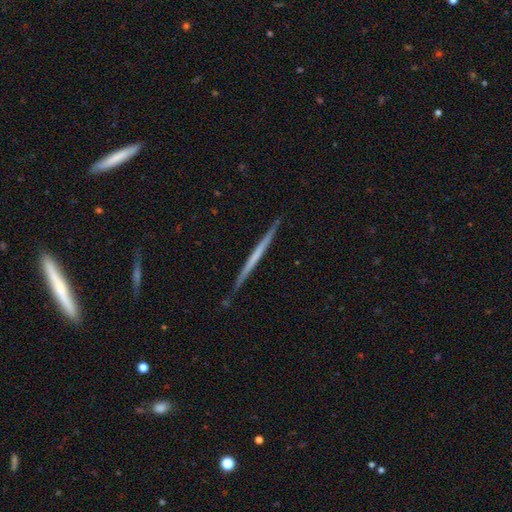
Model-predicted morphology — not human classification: Smooth or featured? featured or disk (60%)
Edge-on disk? yes (98%)
Edge-on bulge? none (90%)
Merging? none (90%)